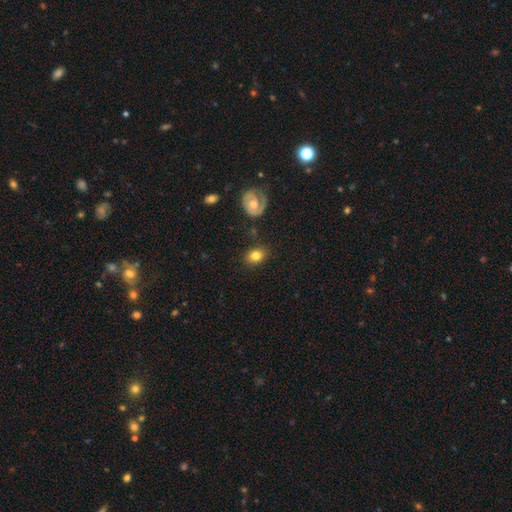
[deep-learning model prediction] Q: Smooth or featured?
A: smooth (78%); runner-up: featured or disk (14%)
Q: How rounded?
A: in between (66%); runner-up: round (33%)
Q: Merging?
A: none (82%); runner-up: minor disturbance (12%)